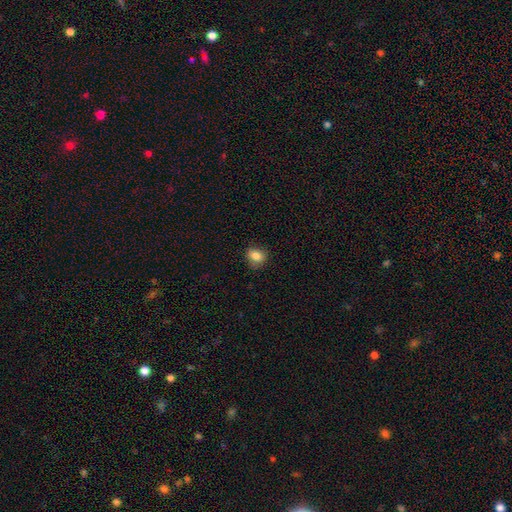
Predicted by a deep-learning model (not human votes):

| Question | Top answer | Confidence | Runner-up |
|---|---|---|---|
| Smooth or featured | smooth | 84% | star or artifact (10%) |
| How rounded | round | 54% | in between (45%) |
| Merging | none | 78% | minor disturbance (17%) |